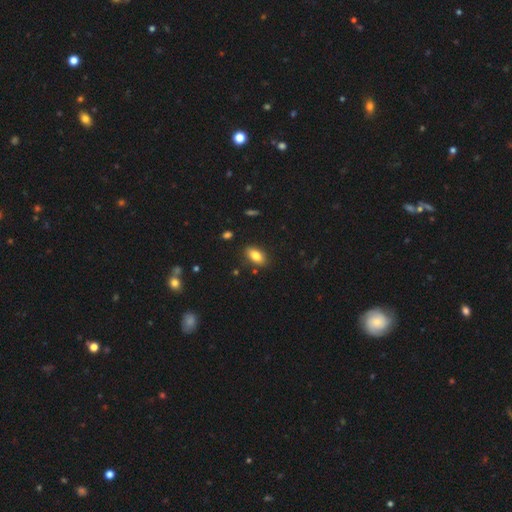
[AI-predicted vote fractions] The model was most divided on "smooth or featured": smooth: 82%, featured or disk: 10%, star or artifact: 8%. More confident: how rounded — in between (90%); merging — none (86%).